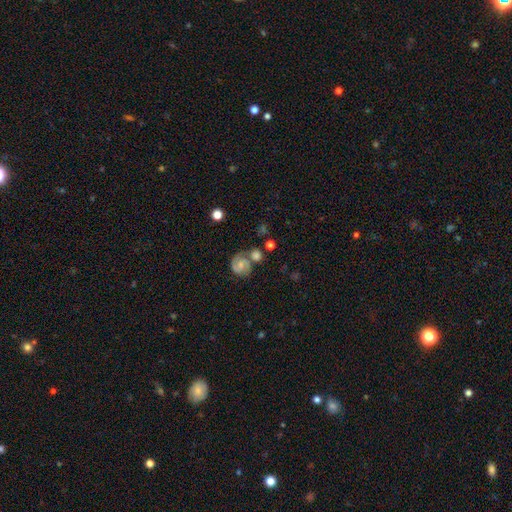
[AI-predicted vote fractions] Morphology: type=featured or disk (56%); edge-on=no (97%); bar=no (52%); spiral arms=yes (89%); bulge=small (50%); merging=none (53%).